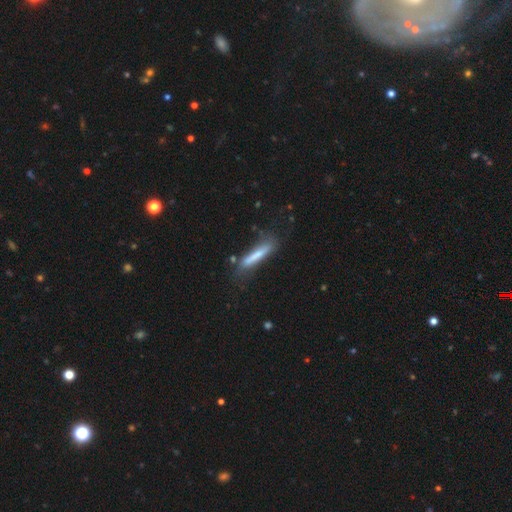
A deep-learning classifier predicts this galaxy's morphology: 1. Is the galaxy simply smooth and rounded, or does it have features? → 62% smooth, 31% featured or disk, 7% star or artifact.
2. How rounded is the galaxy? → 90% cigar-shaped, 9% in between, 1% round.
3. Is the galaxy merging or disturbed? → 60% none, 23% minor disturbance, 11% major disturbance, 6% merger.